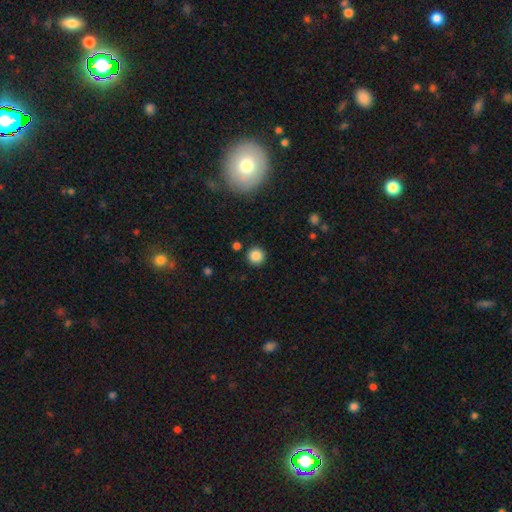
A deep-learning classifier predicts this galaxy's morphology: Overall: smooth (85%). How rounded: round (94%). Merging: none (90%).